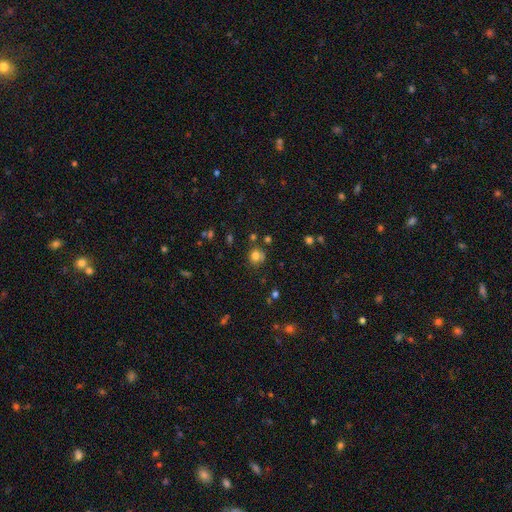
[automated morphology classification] Q: Smooth or featured?
A: smooth (77%); runner-up: star or artifact (15%)
Q: How rounded?
A: round (85%); runner-up: in between (14%)
Q: Merging?
A: none (71%); runner-up: minor disturbance (15%)